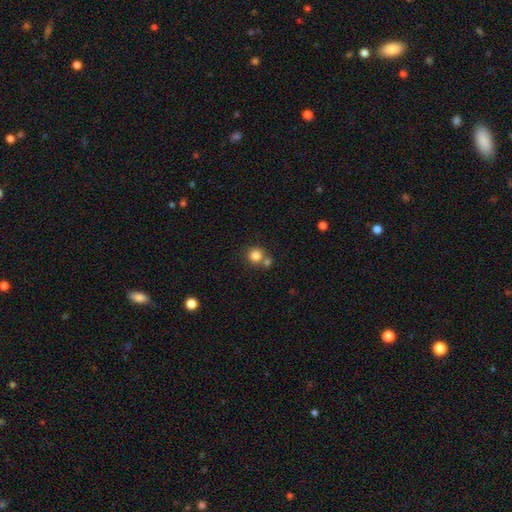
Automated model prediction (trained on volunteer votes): Morphology: type=smooth (82%); roundness=round (91%); merging=none (59%).